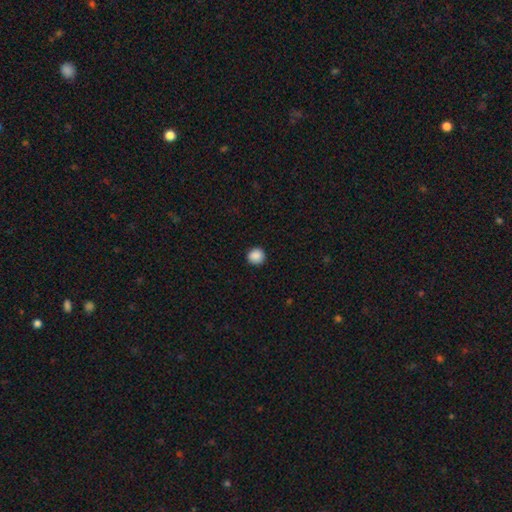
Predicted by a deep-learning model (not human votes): Smooth or featured: smooth — 89% (star or artifact — 9%)
How rounded: round — 93% (in between — 6%)
Merging: none — 91% (minor disturbance — 6%)